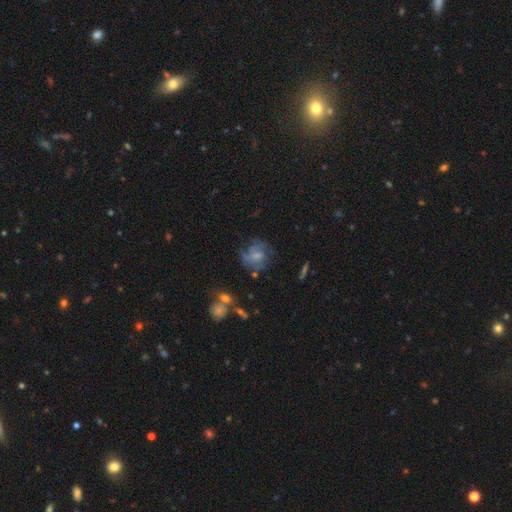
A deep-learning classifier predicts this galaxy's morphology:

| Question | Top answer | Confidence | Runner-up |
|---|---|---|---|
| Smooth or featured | featured or disk | 57% | smooth (33%) |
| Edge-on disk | no | 97% | yes (3%) |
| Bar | no | 54% | weak (39%) |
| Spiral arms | yes | 73% | no (27%) |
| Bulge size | small | 40% | moderate (37%) |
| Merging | none | 53% | minor disturbance (23%) |